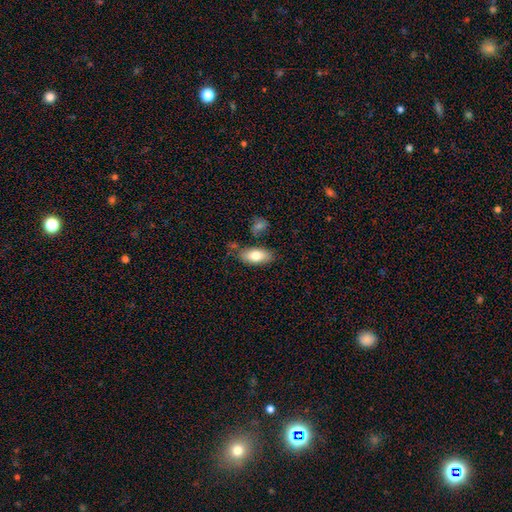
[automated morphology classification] Smooth or featured? Predicted: smooth (p=0.78). How rounded? Predicted: in between (p=0.89). Merging? Predicted: none (p=0.72).